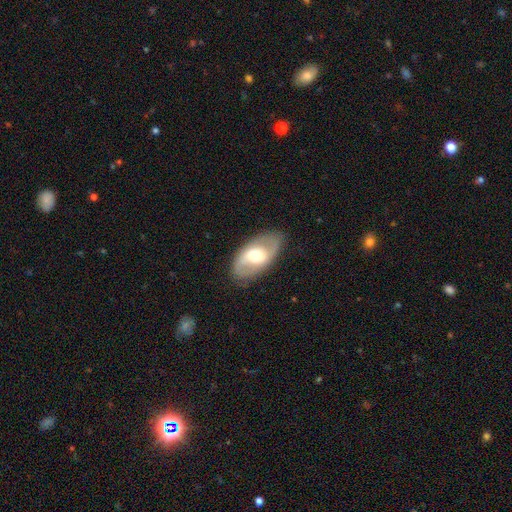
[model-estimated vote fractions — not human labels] Smooth or featured?
  - featured or disk: 64% *
  - smooth: 30%
  - star or artifact: 6%
Edge-on disk?
  - no: 93% *
  - yes: 7%
Bar?
  - weak: 41% *
  - no: 39%
  - strong: 20%
Spiral arms?
  - yes: 72% *
  - no: 28%
Bulge size?
  - moderate: 60% *
  - small: 19%
  - large: 18%
  - dominant: 2%
  - none: 1%
Merging?
  - none: 82% *
  - minor disturbance: 12%
  - major disturbance: 4%
  - merger: 1%